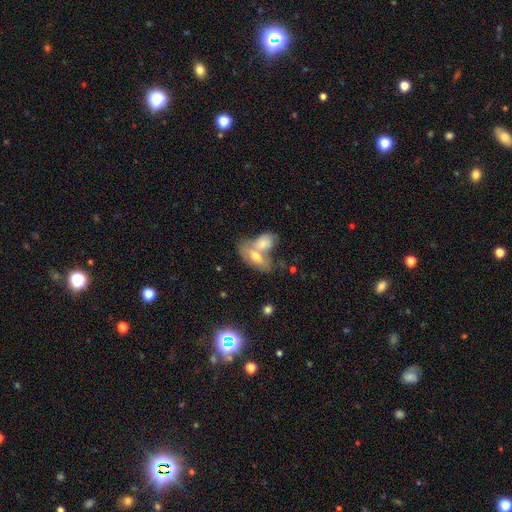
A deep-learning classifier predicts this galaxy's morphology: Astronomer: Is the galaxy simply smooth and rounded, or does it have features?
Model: smooth — 40% (runner-up: featured or disk, 38%).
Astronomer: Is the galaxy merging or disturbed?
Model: merger — 56%.